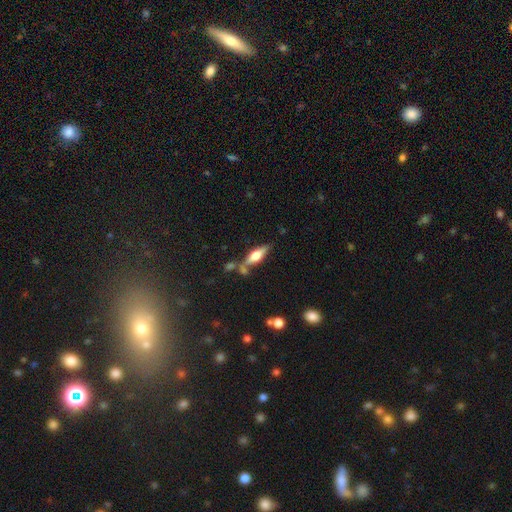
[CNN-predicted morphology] Q: Smooth or featured?
A: featured or disk (53%); runner-up: smooth (40%)
Q: Edge-on disk?
A: yes (91%); runner-up: no (9%)
Q: Merging?
A: none (61%); runner-up: merger (18%)